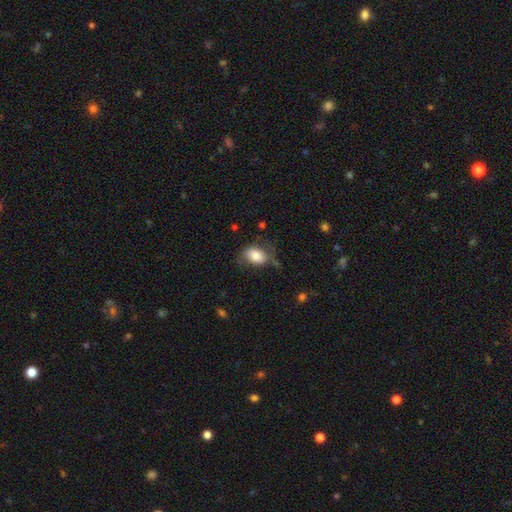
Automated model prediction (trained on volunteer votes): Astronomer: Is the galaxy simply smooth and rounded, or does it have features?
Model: smooth — 74%.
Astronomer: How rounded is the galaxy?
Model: in between — 76%.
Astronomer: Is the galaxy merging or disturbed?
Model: none — 55%.